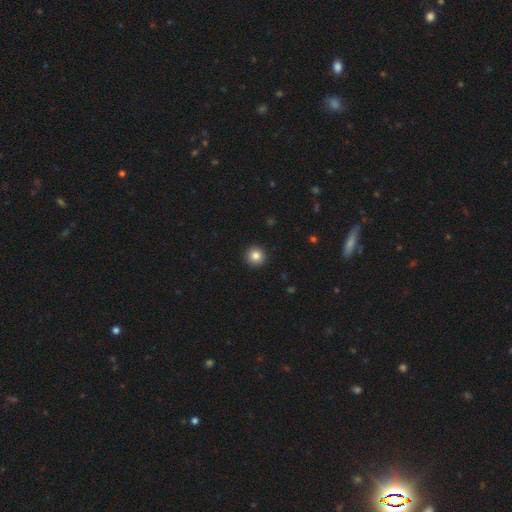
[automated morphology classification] Smooth or featured? Predicted: smooth (p=0.84). How rounded? Predicted: round (p=0.96). Merging? Predicted: none (p=0.94).